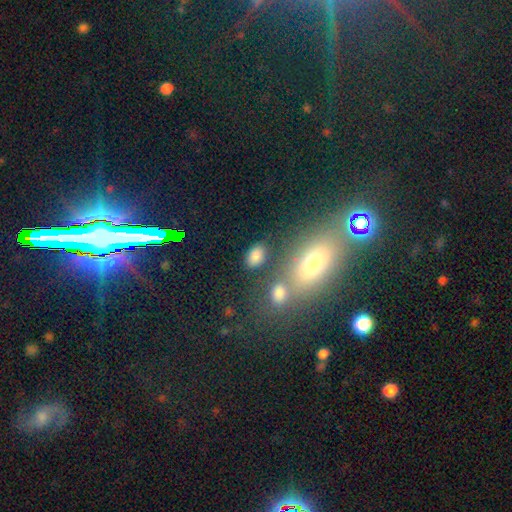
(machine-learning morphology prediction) Overall: smooth (82%). How rounded: in between (81%). Merging: none (76%).